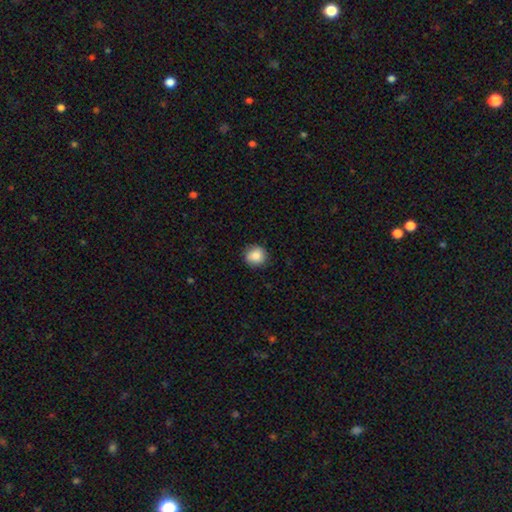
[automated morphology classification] Smooth or featured? smooth (86%)
How rounded? round (88%)
Merging? none (86%)